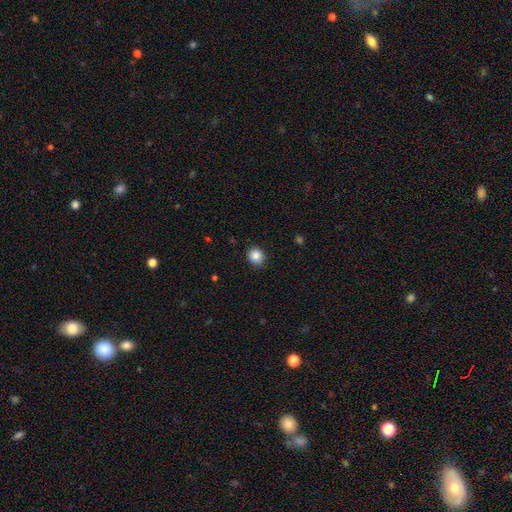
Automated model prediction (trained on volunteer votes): smooth_or_featured: smooth (p=0.87) [alt: star or artifact p=0.10]
how_rounded: round (p=0.81) [alt: in between p=0.18]
merging: none (p=0.87) [alt: minor disturbance p=0.10]